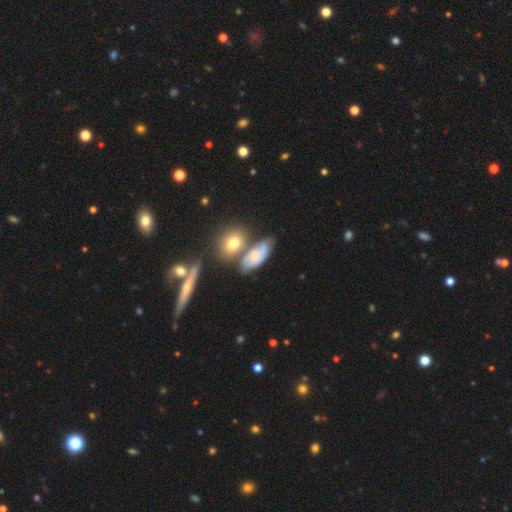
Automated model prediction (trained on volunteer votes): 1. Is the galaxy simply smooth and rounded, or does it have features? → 50% featured or disk, 41% smooth, 9% star or artifact.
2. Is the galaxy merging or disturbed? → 49% none, 23% merger, 21% minor disturbance, 8% major disturbance.